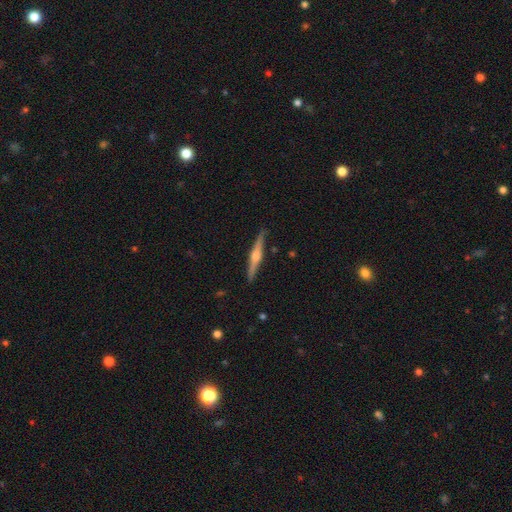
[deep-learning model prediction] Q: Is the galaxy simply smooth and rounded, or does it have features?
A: featured or disk — 76%.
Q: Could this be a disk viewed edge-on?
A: yes — 98%.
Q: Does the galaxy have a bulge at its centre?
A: rounded — 90%.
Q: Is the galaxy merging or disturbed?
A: none — 89%.